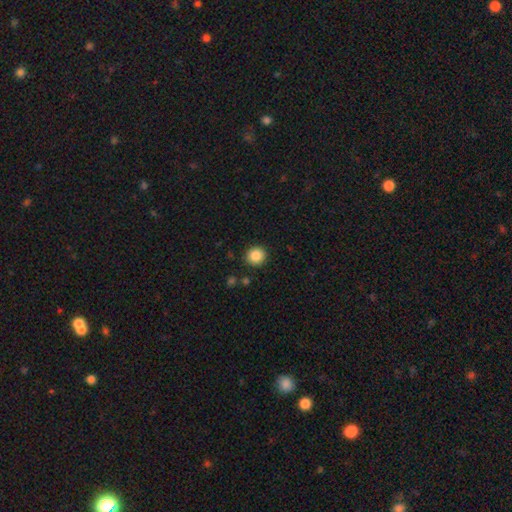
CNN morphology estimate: Smooth or featured?
  - smooth: 86% *
  - star or artifact: 10%
  - featured or disk: 4%
How rounded?
  - round: 91% *
  - in between: 8%
  - cigar-shaped: 1%
Merging?
  - none: 90% *
  - minor disturbance: 6%
  - major disturbance: 2%
  - merger: 2%